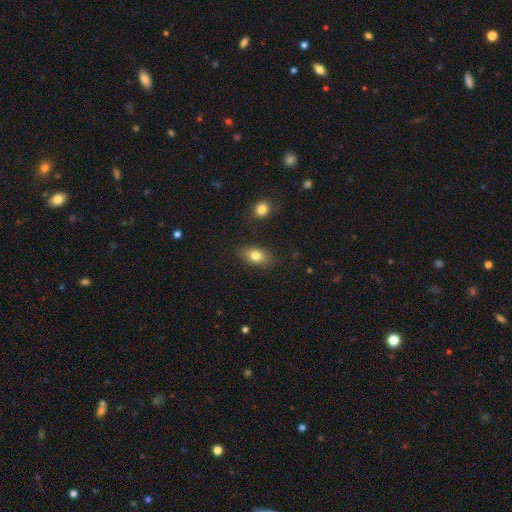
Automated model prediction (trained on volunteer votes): Smooth or featured: smooth — 80% (featured or disk — 11%)
How rounded: in between — 85% (round — 12%)
Merging: none — 84% (minor disturbance — 11%)